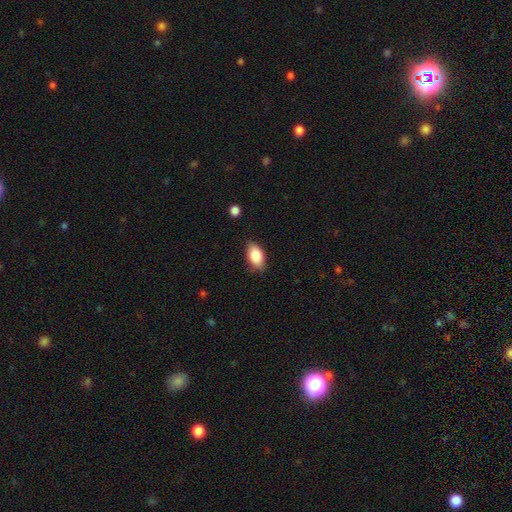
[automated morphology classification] The model was most divided on "merging": none: 82%, minor disturbance: 14%, major disturbance: 3%, merger: 1%. More confident: how rounded — in between (92%); smooth or featured — smooth (86%).